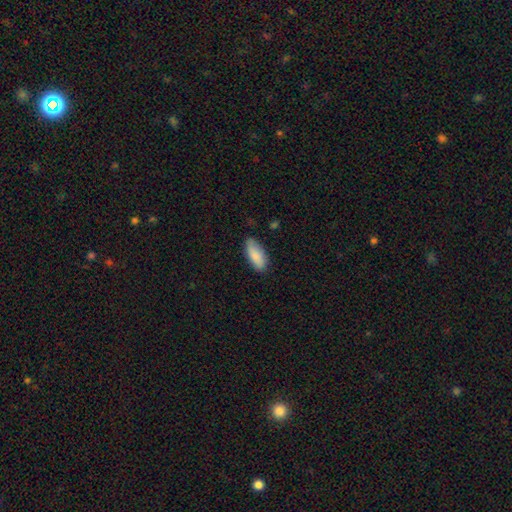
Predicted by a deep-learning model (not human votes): smooth 86%, featured or disk 8%, star or artifact 6%. Down the decision tree: how rounded — in between (83%); merging — none (79%).